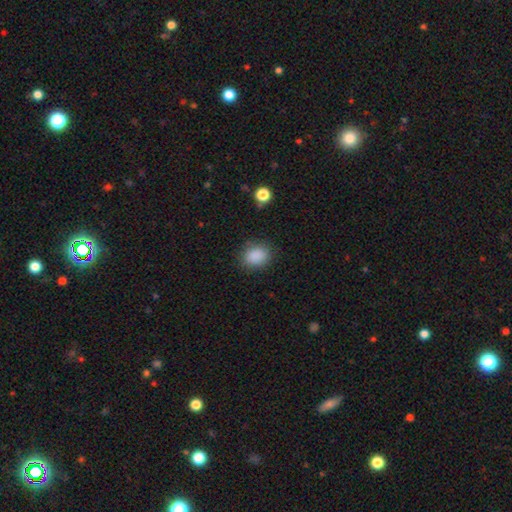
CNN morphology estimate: This appears to be a smooth galaxy with no disk features (87%) that is in between round and cigar-shaped (51%). Merging: none (83%).